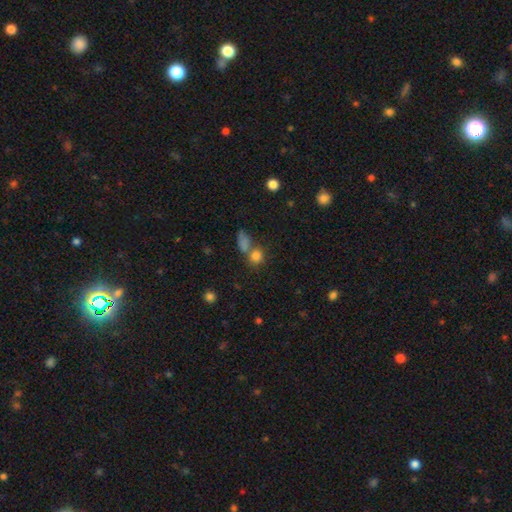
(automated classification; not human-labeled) Smooth or featured?
  - smooth: 80% *
  - star or artifact: 13%
  - featured or disk: 7%
How rounded?
  - round: 78% *
  - in between: 20%
  - cigar-shaped: 2%
Merging?
  - none: 50% *
  - merger: 36%
  - minor disturbance: 9%
  - major disturbance: 5%